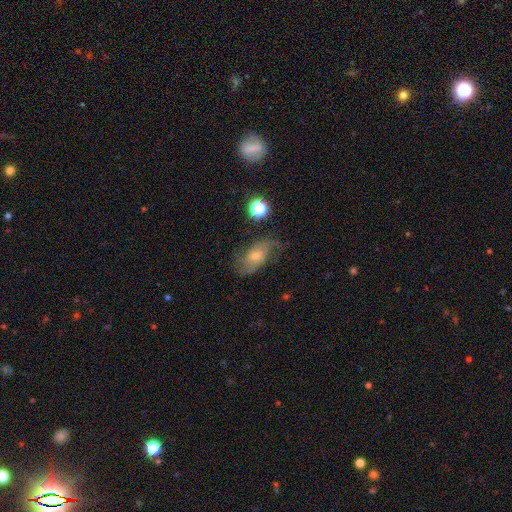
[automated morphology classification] The model was most divided on "spiral winding": loose: 42%, medium: 39%, tight: 19%. More confident: edge-on disk — no (94%); spiral arms — yes (90%); spiral arm count — 2 (77%); smooth or featured — featured or disk (69%); bar — no (68%); merging — none (65%); bulge size — small (52%).